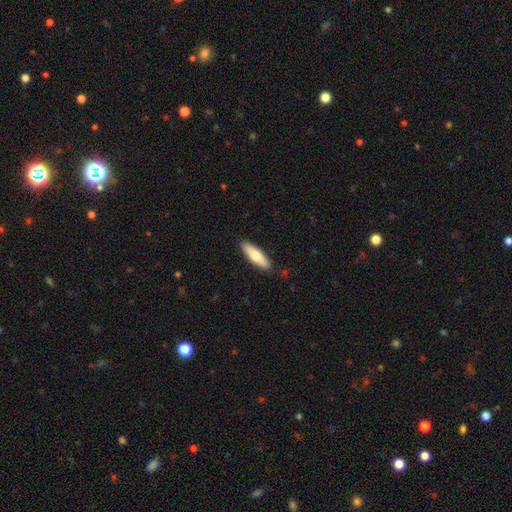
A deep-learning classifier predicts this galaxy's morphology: Smooth or featured? smooth (70%)
How rounded? cigar-shaped (54%)
Merging? none (89%)